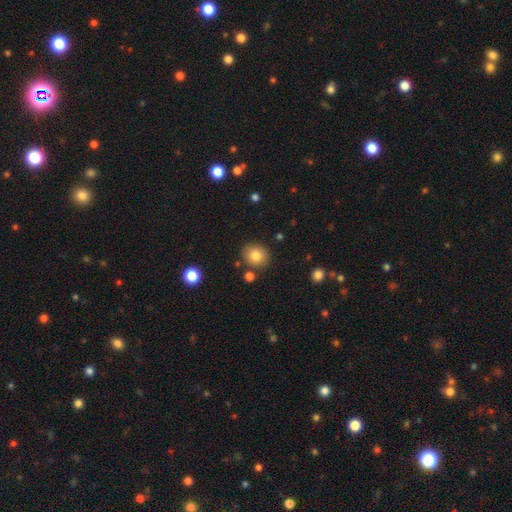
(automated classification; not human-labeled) A smooth galaxy with no disk features (82%) that is round (83%). Merging: none (84%).